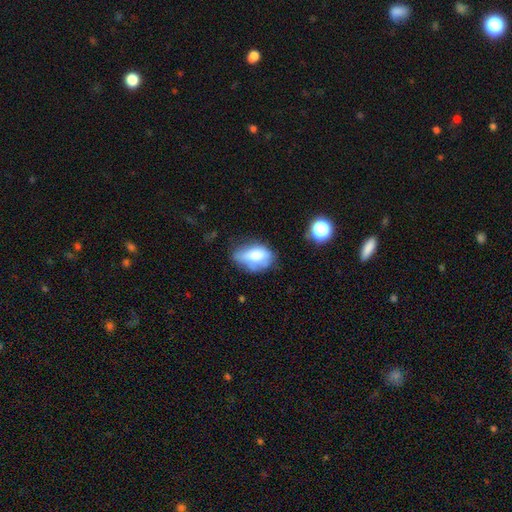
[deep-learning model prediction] Smooth or featured?
  - smooth: 69% *
  - featured or disk: 22%
  - star or artifact: 10%
How rounded?
  - in between: 84% *
  - round: 14%
  - cigar-shaped: 2%
Merging?
  - none: 38% *
  - minor disturbance: 37%
  - major disturbance: 20%
  - merger: 5%